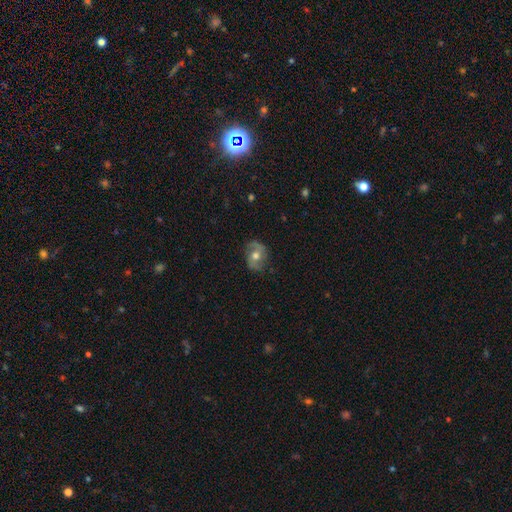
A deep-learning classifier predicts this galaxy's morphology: type=featured or disk (59%); edge-on=no (94%); bar=no (57%); spiral arms=yes (74%); bulge=moderate (74%); merging=none (74%).